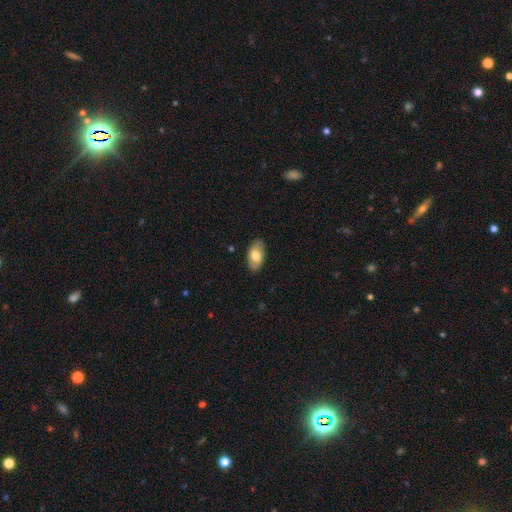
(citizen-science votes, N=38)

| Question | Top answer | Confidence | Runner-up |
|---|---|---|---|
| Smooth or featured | smooth | 66% | featured or disk (29%) |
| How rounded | in between | 96% | round (4%) |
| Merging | none | 81% | minor disturbance (14%) |